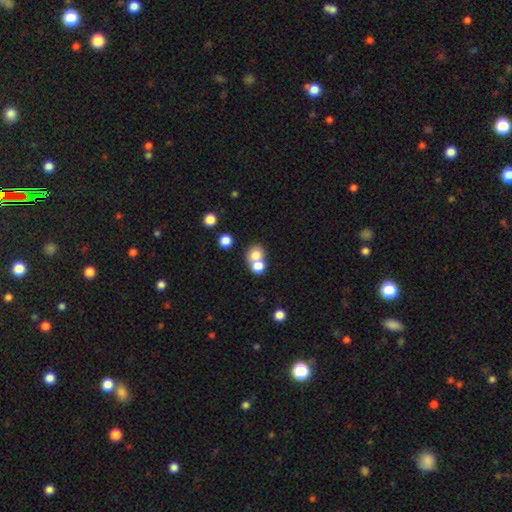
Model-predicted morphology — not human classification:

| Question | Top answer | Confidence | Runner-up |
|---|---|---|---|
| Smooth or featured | smooth | 76% | featured or disk (13%) |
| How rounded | round | 73% | in between (26%) |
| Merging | merger | 56% | none (35%) |